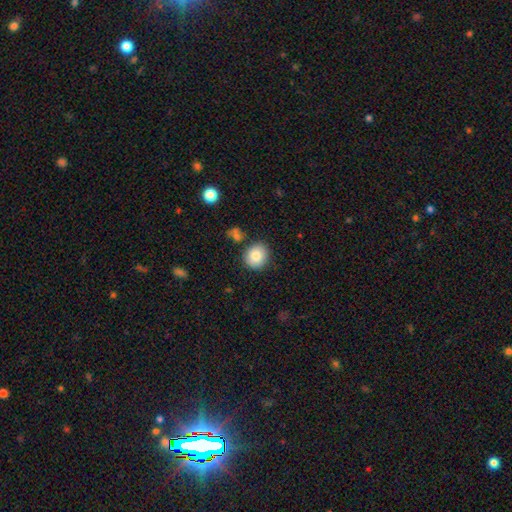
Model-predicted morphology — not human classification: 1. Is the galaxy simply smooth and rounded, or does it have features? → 84% smooth, 9% star or artifact, 7% featured or disk.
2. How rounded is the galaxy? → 82% round, 17% in between, 1% cigar-shaped.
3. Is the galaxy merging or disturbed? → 83% none, 10% minor disturbance, 5% merger, 3% major disturbance.